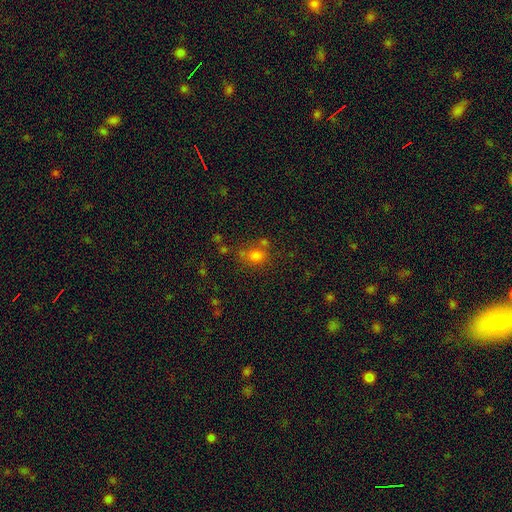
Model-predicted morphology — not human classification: smooth 74%, star or artifact 17%, featured or disk 9%. Down the decision tree: how rounded — round (50%); merging — none (56%).